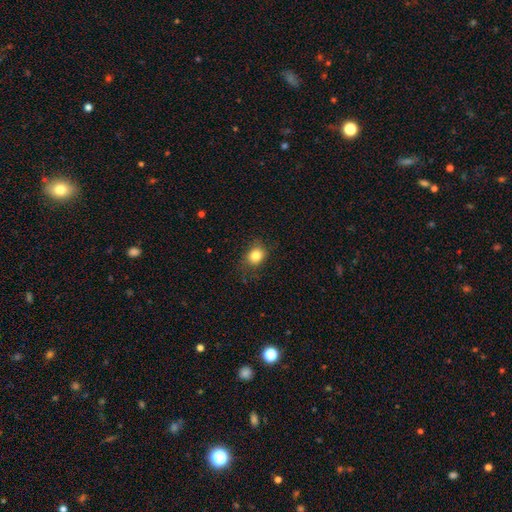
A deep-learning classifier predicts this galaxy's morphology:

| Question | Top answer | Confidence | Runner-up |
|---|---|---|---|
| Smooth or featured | smooth | 82% | star or artifact (11%) |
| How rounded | round | 60% | in between (39%) |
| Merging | none | 73% | minor disturbance (19%) |